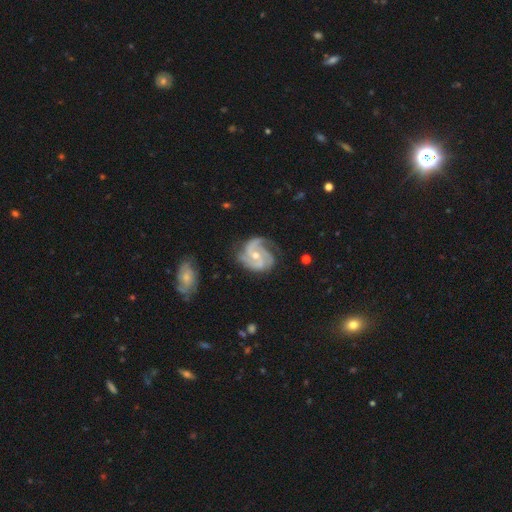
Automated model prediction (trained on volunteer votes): Smooth or featured? Predicted: featured or disk (p=0.91). Edge-on disk? Predicted: no (p=0.98). Bar? Predicted: no (p=0.60). Spiral arms? Predicted: yes (p=0.98). Spiral winding? Predicted: tight (p=0.45, tied with medium). Spiral arm count? Predicted: 3 (p=0.60). Bulge size? Predicted: moderate (p=0.55). Merging? Predicted: none (p=0.66).